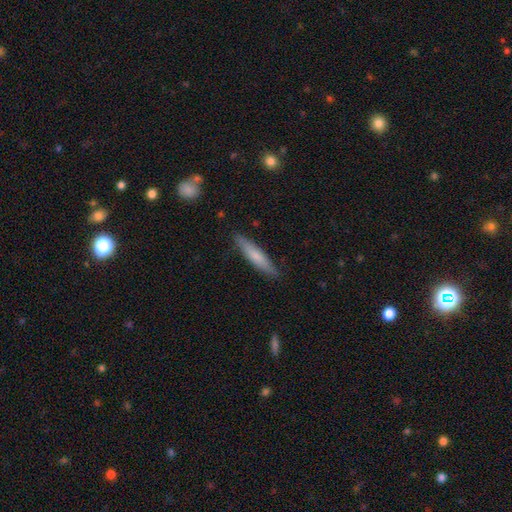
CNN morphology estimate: smooth-or-featured: smooth: 67% | featured or disk: 27% | star or artifact: 6%
  how-rounded: cigar-shaped: 88% | in between: 11% | round: 1%
  merging: none: 86% | minor disturbance: 11% | major disturbance: 2% | merger: 1%